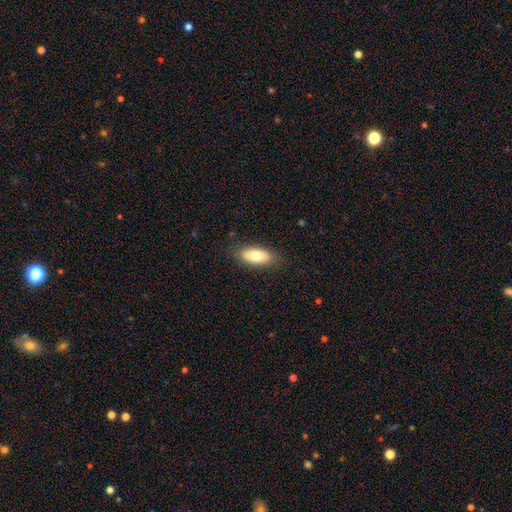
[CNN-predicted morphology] The model was most divided on "smooth or featured": smooth: 76%, featured or disk: 17%, star or artifact: 6%. More confident: how rounded — in between (86%); merging — none (84%).